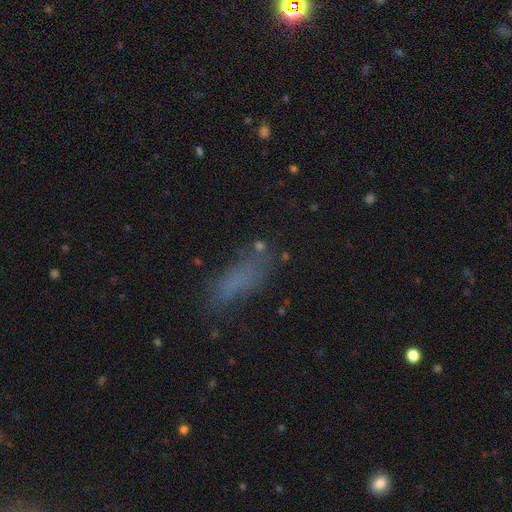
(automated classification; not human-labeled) This appears to be a smooth galaxy with no disk features (67%) that is in between round and cigar-shaped (59%). Merging: none (58%).